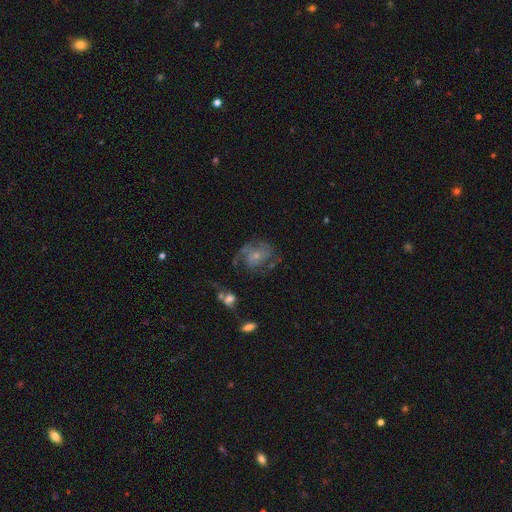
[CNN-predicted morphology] smooth_or_featured: featured or disk (p=0.65) [alt: smooth p=0.25]
disk_edge_on: no (p=0.97) [alt: yes p=0.03]
bar: no (p=0.73) [alt: weak p=0.23]
has_spiral_arms: yes (p=0.76) [alt: no p=0.24]
bulge_size: small (p=0.65) [alt: moderate p=0.25]
merging: none (p=0.46) [alt: major disturbance p=0.26]